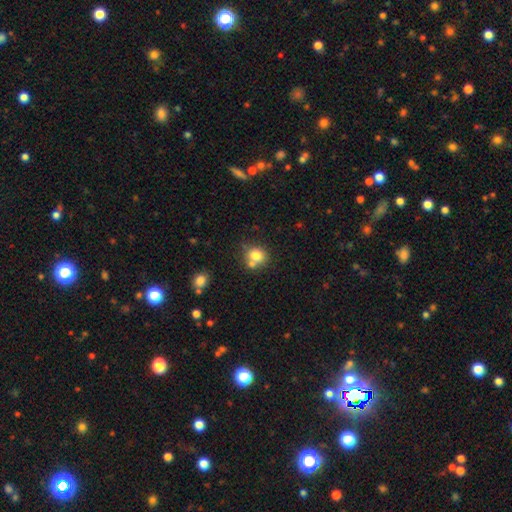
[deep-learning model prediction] Smooth or featured?
  - smooth: 78% *
  - featured or disk: 12%
  - star or artifact: 11%
How rounded?
  - round: 78% *
  - in between: 21%
  - cigar-shaped: 1%
Merging?
  - none: 53% *
  - merger: 30%
  - minor disturbance: 13%
  - major disturbance: 4%